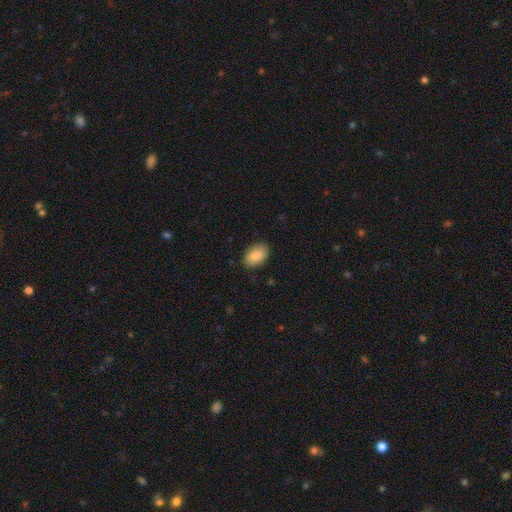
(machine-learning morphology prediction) A smooth galaxy with no disk features (86%) that is in between round and cigar-shaped (88%). Merging: none (87%).